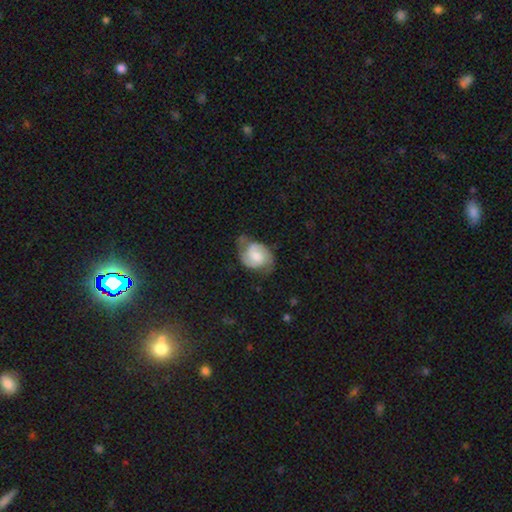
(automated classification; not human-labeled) A featured or disk galaxy (68%) with no bar (46%), 2 (86%) medium (49%) spiral arms (92%) and a moderate central bulge (44%). Merging: none (53%).